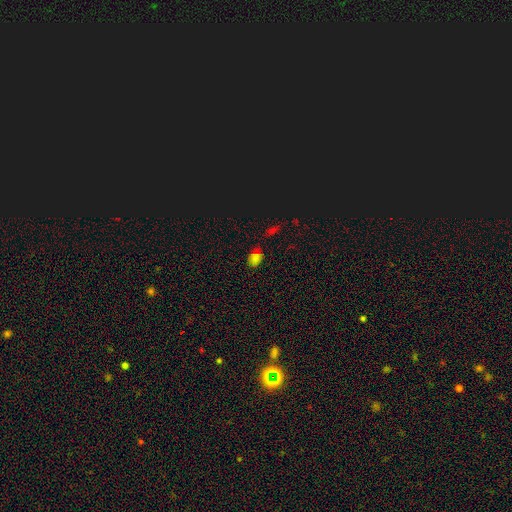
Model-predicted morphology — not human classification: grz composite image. It shows a smooth galaxy with no disk features (61%) that is in between round and cigar-shaped (70%). Merging: none (70%).